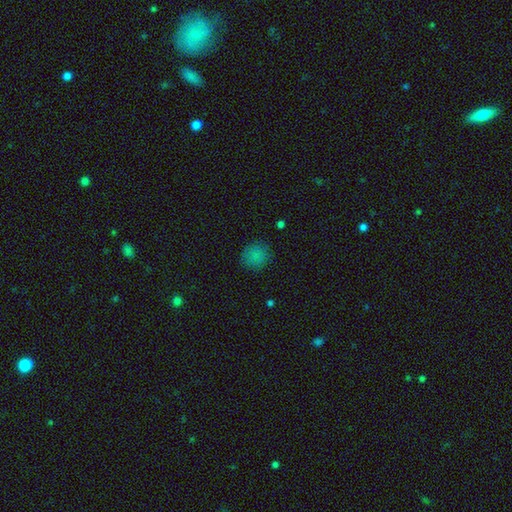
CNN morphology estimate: Q: Smooth or featured?
A: smooth (81%); runner-up: star or artifact (14%)
Q: How rounded?
A: round (86%); runner-up: in between (13%)
Q: Merging?
A: none (84%); runner-up: minor disturbance (12%)